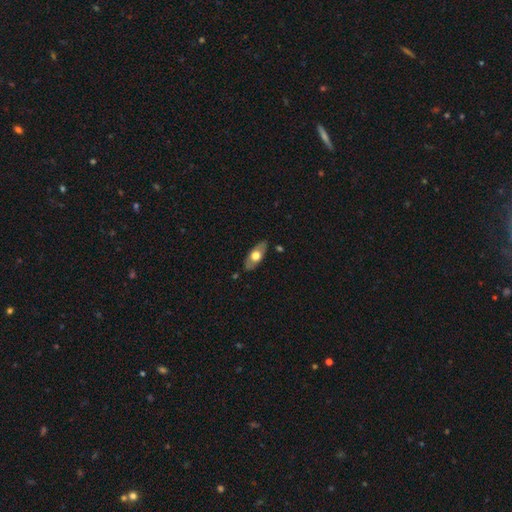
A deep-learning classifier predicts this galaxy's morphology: smooth-or-featured: smooth: 52% | featured or disk: 42% | star or artifact: 5%
  how-rounded: in between: 85% | cigar-shaped: 11% | round: 4%
  merging: none: 83% | minor disturbance: 13% | major disturbance: 3% | merger: 1%